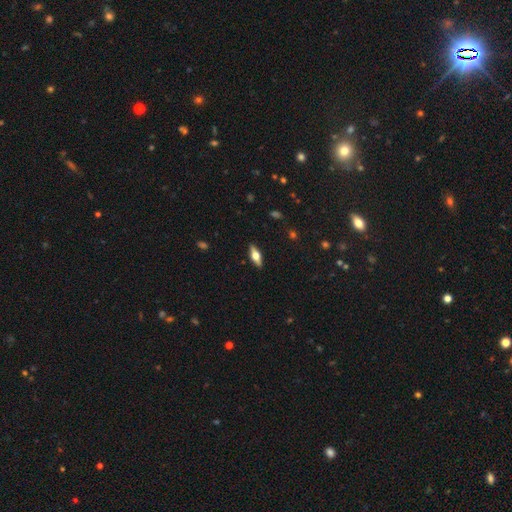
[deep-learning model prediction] Overall: featured or disk (49%; smooth 44%). Merging: none (89%).